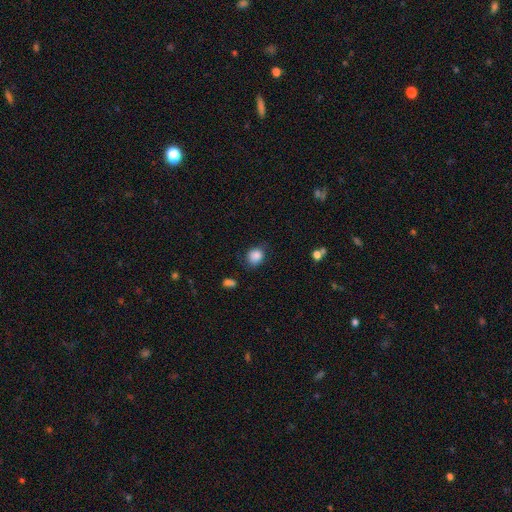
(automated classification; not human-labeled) Smooth or featured: smooth — 86% (star or artifact — 9%)
How rounded: round — 66% (in between — 33%)
Merging: none — 69% (minor disturbance — 22%)